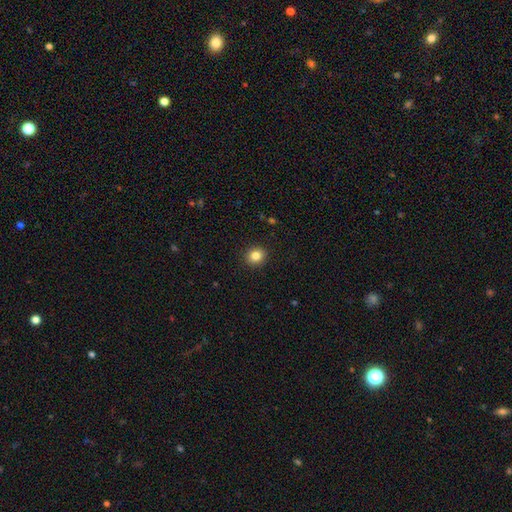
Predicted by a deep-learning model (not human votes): Smooth or featured: smooth — 84% (star or artifact — 11%)
How rounded: round — 82% (in between — 17%)
Merging: none — 92% (minor disturbance — 5%)